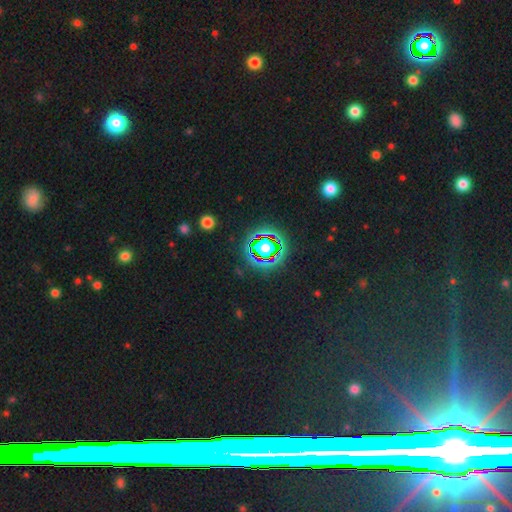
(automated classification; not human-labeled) Smooth or featured?
  - star or artifact: 75% *
  - smooth: 14%
  - featured or disk: 12%